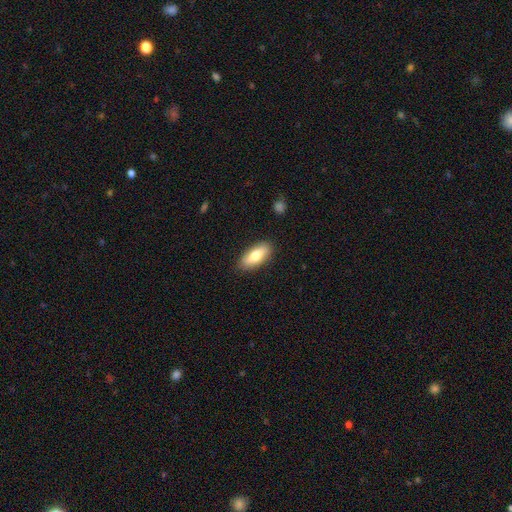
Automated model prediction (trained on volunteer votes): A smooth galaxy with no disk features (74%) that is in between round and cigar-shaped (79%).

Vote fractions:
- Smooth or featured? smooth: 74% / featured or disk: 20% / star or artifact: 6%
- How rounded? in between: 79% / cigar-shaped: 19% / round: 3%
- Merging? none: 87% / minor disturbance: 10% / major disturbance: 2% / merger: 1%